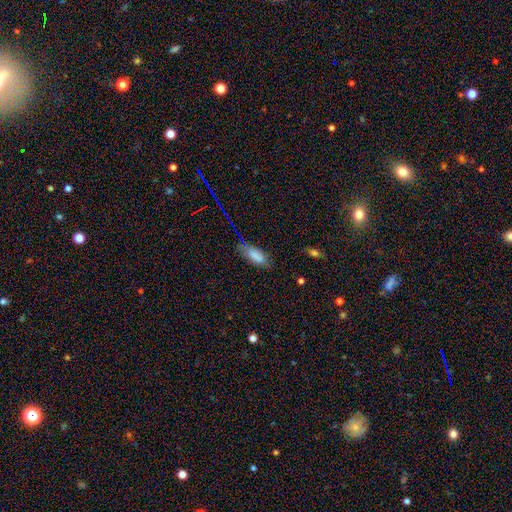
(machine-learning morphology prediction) A smooth galaxy with no disk features (80%) that is in between round and cigar-shaped (84%).

Vote fractions:
- Smooth or featured? smooth: 80% / star or artifact: 11% / featured or disk: 10%
- How rounded? in between: 84% / cigar-shaped: 13% / round: 3%
- Merging? none: 64% / minor disturbance: 25% / major disturbance: 7% / merger: 4%